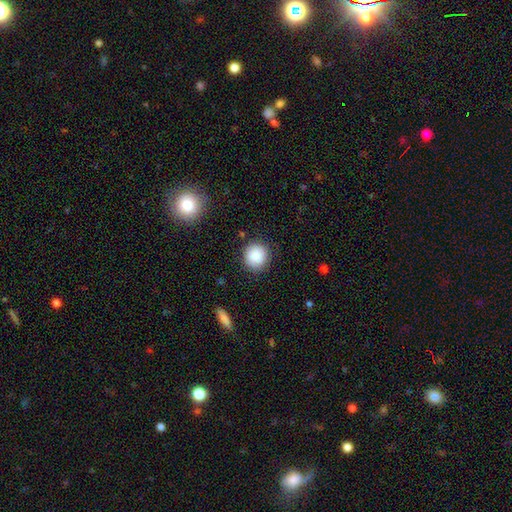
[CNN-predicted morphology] Overall: smooth (88%). How rounded: round (90%). Merging: none (87%).